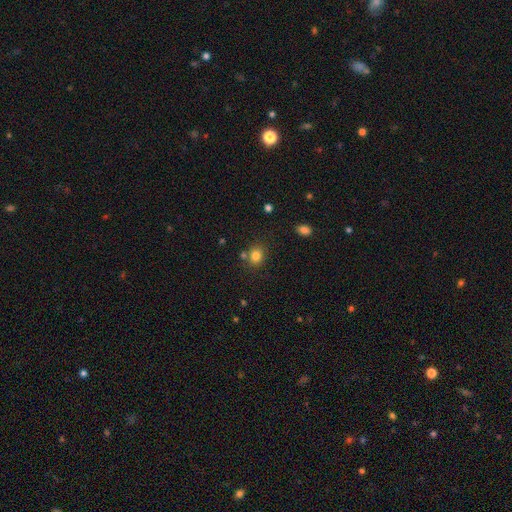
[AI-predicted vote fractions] Smooth or featured?
  - smooth: 81% *
  - star or artifact: 12%
  - featured or disk: 7%
How rounded?
  - round: 67% *
  - in between: 32%
  - cigar-shaped: 1%
Merging?
  - none: 73% *
  - minor disturbance: 12%
  - merger: 12%
  - major disturbance: 4%